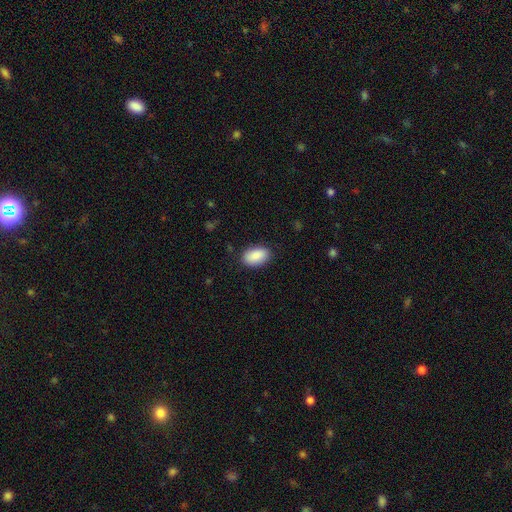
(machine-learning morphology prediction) This is clearly a smooth galaxy (90%). How rounded: clearly in between (93%). Merging: clearly none (86%).